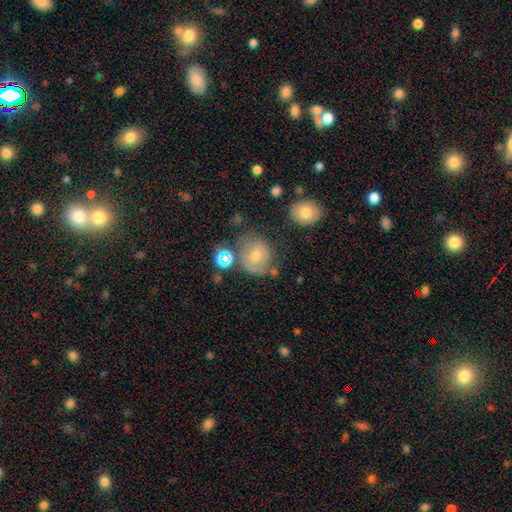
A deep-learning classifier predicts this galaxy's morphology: Smooth or featured?
  - smooth: 62% *
  - featured or disk: 25%
  - star or artifact: 12%
How rounded?
  - round: 68% *
  - in between: 31%
  - cigar-shaped: 1%
Merging?
  - none: 51% *
  - minor disturbance: 26%
  - major disturbance: 13%
  - merger: 11%